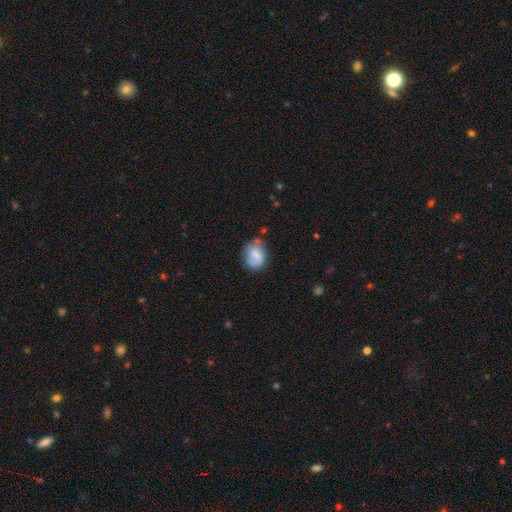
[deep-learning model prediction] Smooth or featured?
  - smooth: 66% *
  - featured or disk: 26%
  - star or artifact: 8%
How rounded?
  - in between: 54% *
  - round: 45%
  - cigar-shaped: 1%
Merging?
  - none: 57% *
  - minor disturbance: 27%
  - major disturbance: 9%
  - merger: 7%